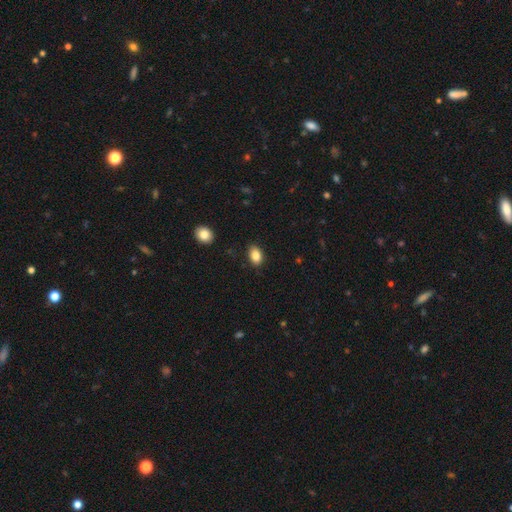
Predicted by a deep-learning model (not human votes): Smooth or featured? Predicted: smooth (p=0.86). How rounded? Predicted: in between (p=0.86). Merging? Predicted: none (p=0.87).